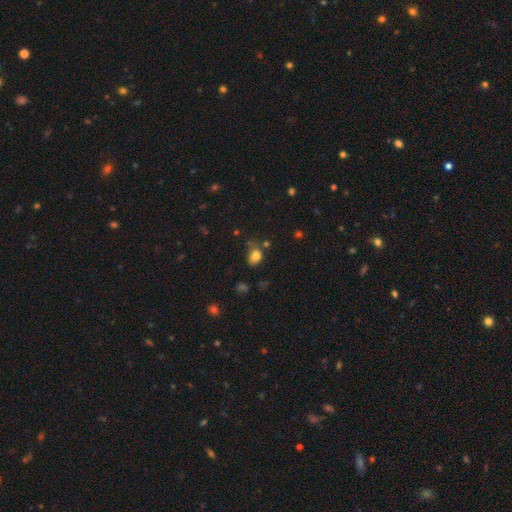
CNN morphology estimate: type=smooth (80%); roundness=in between (71%); merging=none (56%).